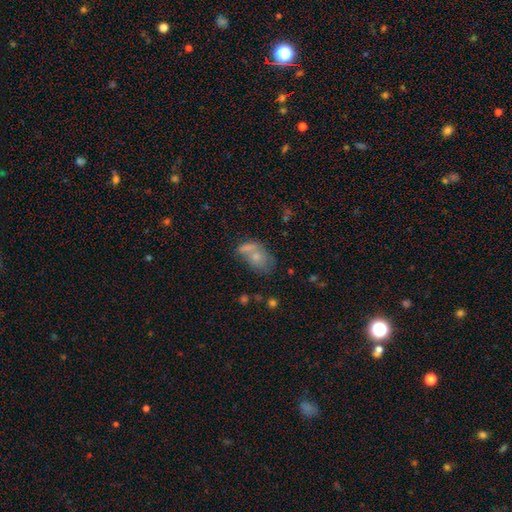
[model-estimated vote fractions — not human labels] Morphology: type=smooth (67%); roundness=in between (78%); merging=merger (42%).